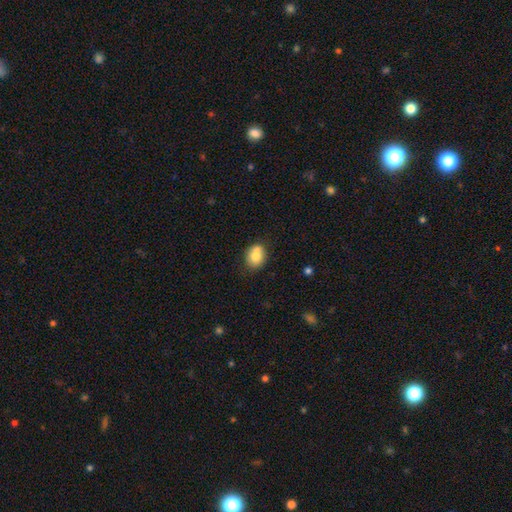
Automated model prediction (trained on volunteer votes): Overall: smooth (75%). How rounded: round (56%; in between 43%). Merging: none (50%; merger 32%).